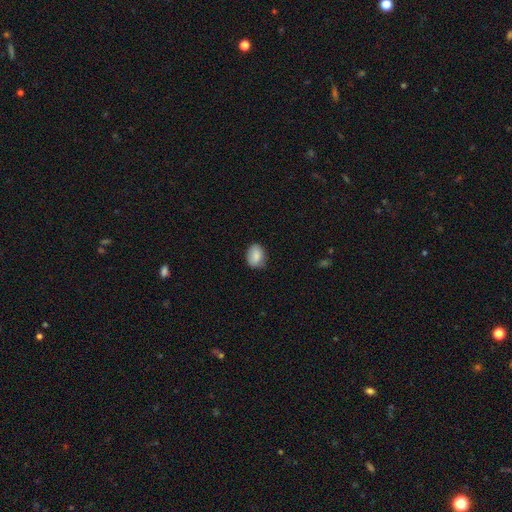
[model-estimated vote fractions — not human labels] Smooth or featured?
  - smooth: 84% *
  - featured or disk: 8%
  - star or artifact: 7%
How rounded?
  - in between: 66% *
  - round: 33%
  - cigar-shaped: 1%
Merging?
  - none: 76% *
  - minor disturbance: 19%
  - major disturbance: 3%
  - merger: 1%